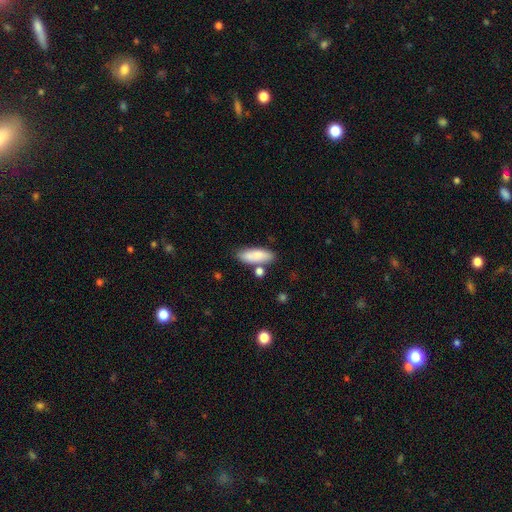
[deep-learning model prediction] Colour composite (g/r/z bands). It shows a smooth galaxy with no disk features (82%) that is in between round and cigar-shaped (65%). Merging: none (71%).